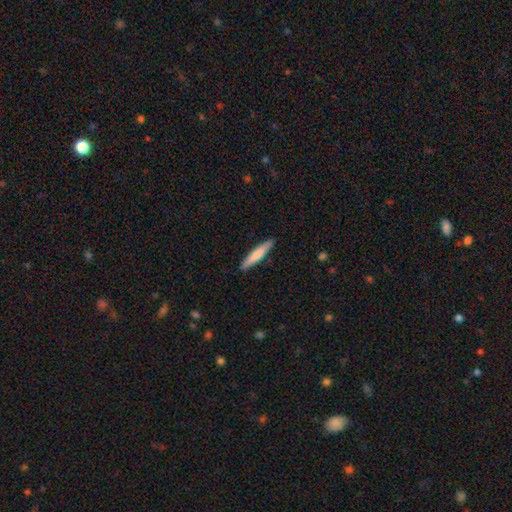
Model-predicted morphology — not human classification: Smooth or featured? smooth (68%)
How rounded? cigar-shaped (92%)
Merging? none (91%)